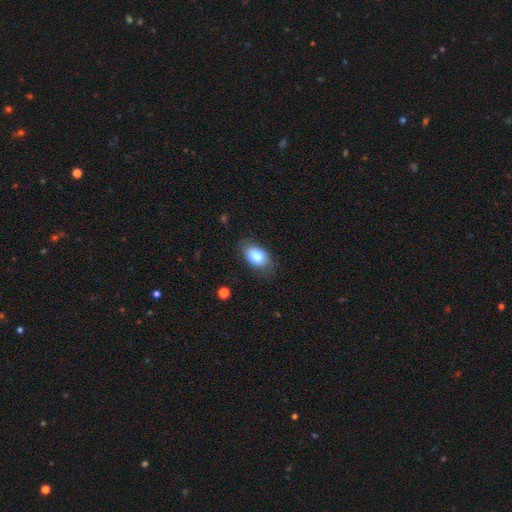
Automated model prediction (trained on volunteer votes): Q: Smooth or featured?
A: smooth (82%); runner-up: featured or disk (10%)
Q: How rounded?
A: in between (88%); runner-up: round (11%)
Q: Merging?
A: none (81%); runner-up: minor disturbance (15%)